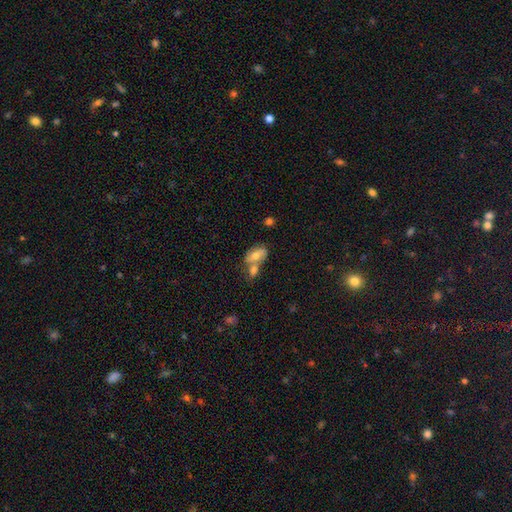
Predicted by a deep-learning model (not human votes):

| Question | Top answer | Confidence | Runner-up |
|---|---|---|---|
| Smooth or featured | smooth | 55% | featured or disk (37%) |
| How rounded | in between | 88% | round (8%) |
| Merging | merger | 46% | none (34%) |